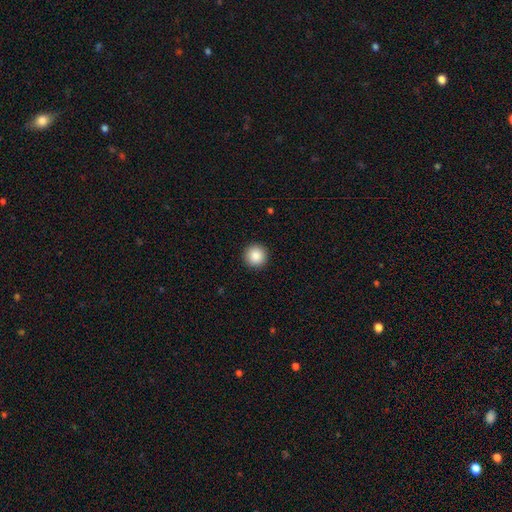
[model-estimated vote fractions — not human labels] Smooth or featured: smooth — 87% (star or artifact — 9%)
How rounded: round — 96% (in between — 3%)
Merging: none — 93% (minor disturbance — 4%)